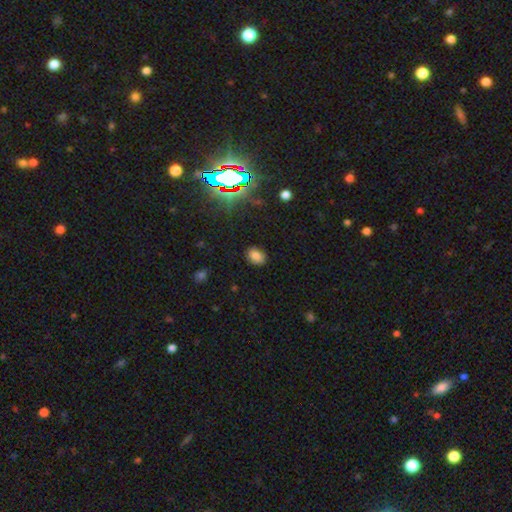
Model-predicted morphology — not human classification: type=smooth (77%); roundness=in between (75%); merging=none (86%).